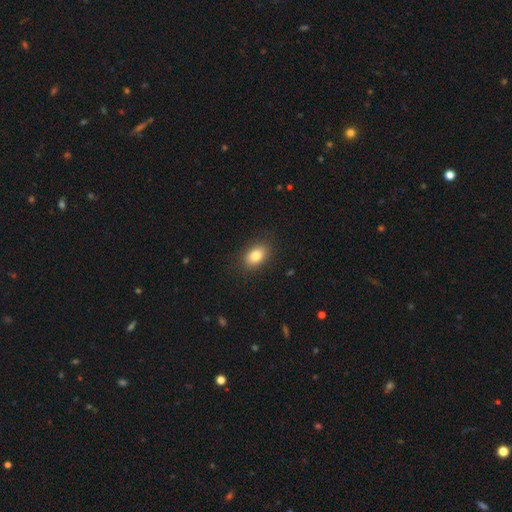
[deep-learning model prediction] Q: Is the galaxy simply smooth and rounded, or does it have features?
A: smooth — 83%.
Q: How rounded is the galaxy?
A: in between — 85%.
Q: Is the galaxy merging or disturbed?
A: none — 88%.